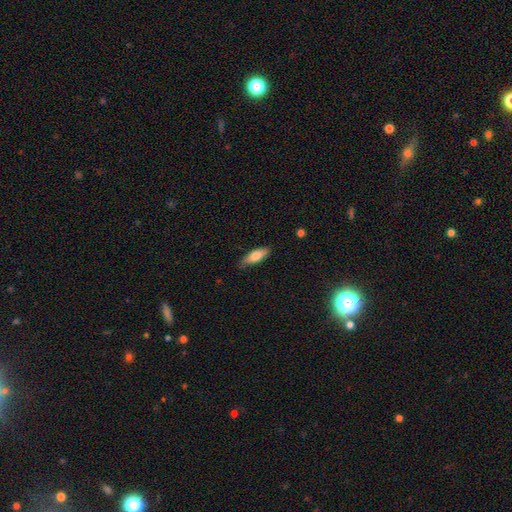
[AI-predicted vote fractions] Smooth or featured?
  - smooth: 75% *
  - featured or disk: 19%
  - star or artifact: 6%
How rounded?
  - in between: 62% *
  - cigar-shaped: 36%
  - round: 2%
Merging?
  - none: 79% *
  - minor disturbance: 17%
  - major disturbance: 3%
  - merger: 1%